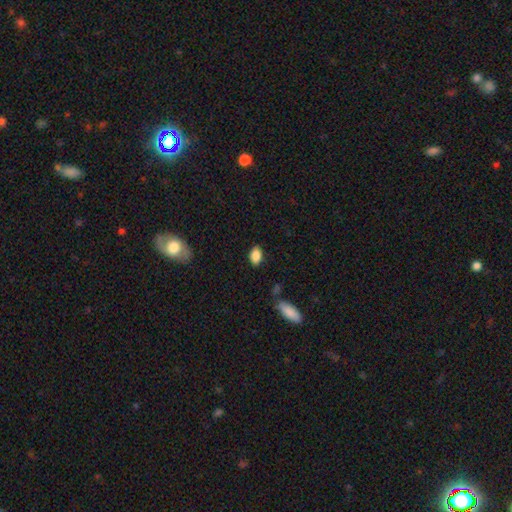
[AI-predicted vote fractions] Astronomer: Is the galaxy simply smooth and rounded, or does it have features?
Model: smooth — 87%.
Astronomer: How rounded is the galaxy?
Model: in between — 89%.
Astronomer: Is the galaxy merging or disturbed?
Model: none — 85%.